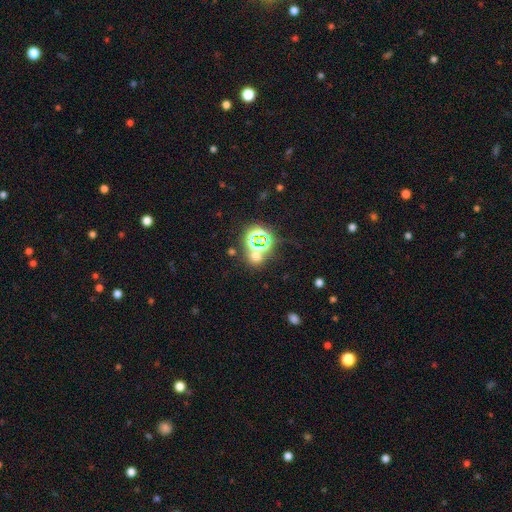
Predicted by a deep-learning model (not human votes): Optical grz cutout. It shows a star or artifact, not a galaxy (55%).